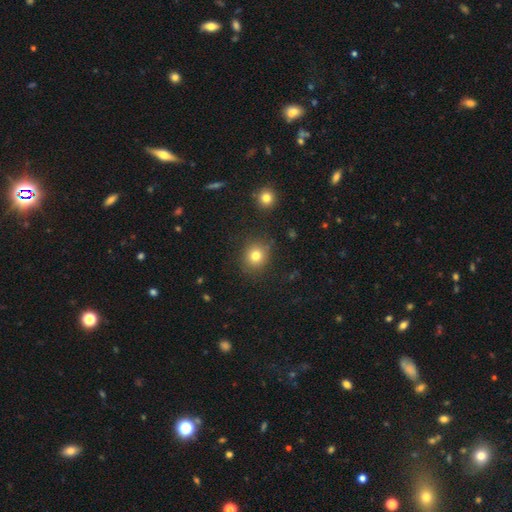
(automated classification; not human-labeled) This is likely a smooth galaxy (79%). How rounded: clearly round (81%). Merging: clearly none (85%).